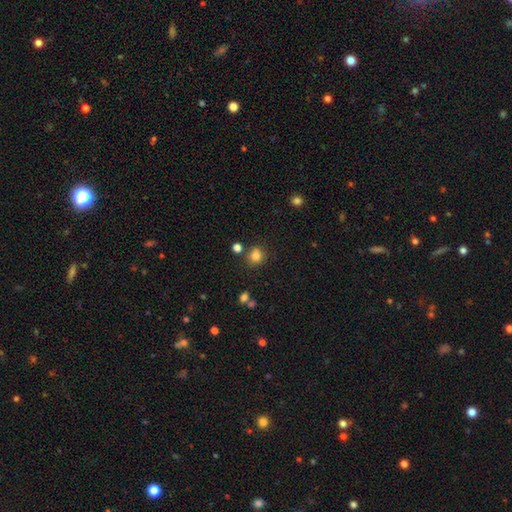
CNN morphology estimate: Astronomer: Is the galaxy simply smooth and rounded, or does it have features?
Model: smooth — 79%.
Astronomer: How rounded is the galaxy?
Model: round — 84%.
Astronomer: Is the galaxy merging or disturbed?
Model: none — 73%.